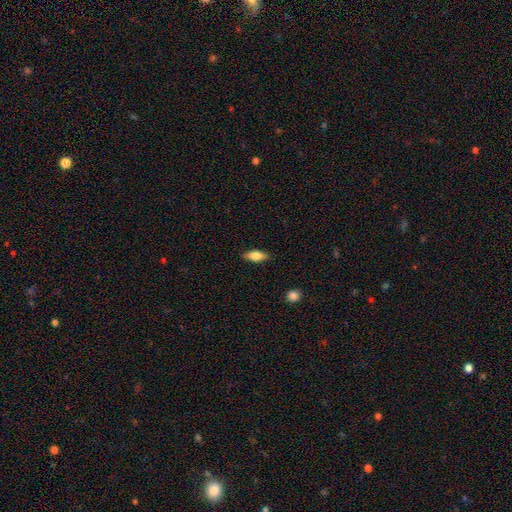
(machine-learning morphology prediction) The model was most divided on "how rounded": in between: 75%, cigar-shaped: 22%, round: 3%. More confident: merging — none (85%); smooth or featured — smooth (73%).